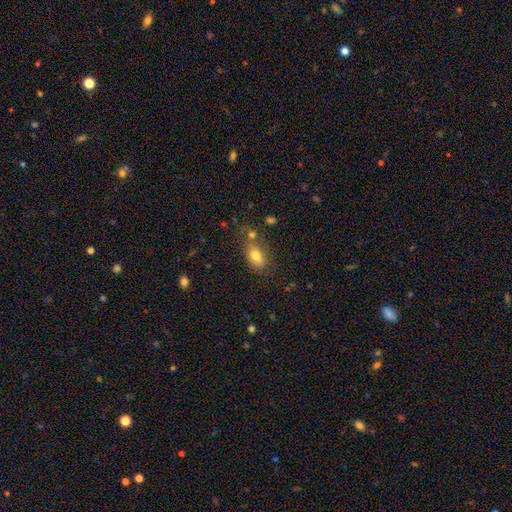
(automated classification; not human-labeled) Smooth or featured? Predicted: smooth (p=0.76). How rounded? Predicted: in between (p=0.84). Merging? Predicted: none (p=0.59).